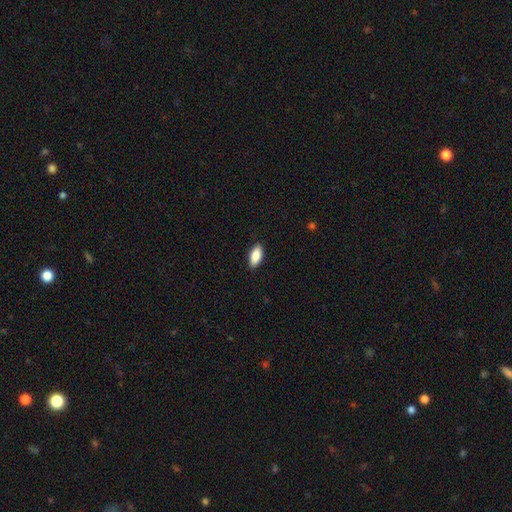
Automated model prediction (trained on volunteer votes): Smooth or featured?
  - smooth: 86% *
  - featured or disk: 7%
  - star or artifact: 6%
How rounded?
  - in between: 87% *
  - cigar-shaped: 11%
  - round: 2%
Merging?
  - none: 89% *
  - minor disturbance: 8%
  - major disturbance: 2%
  - merger: 1%